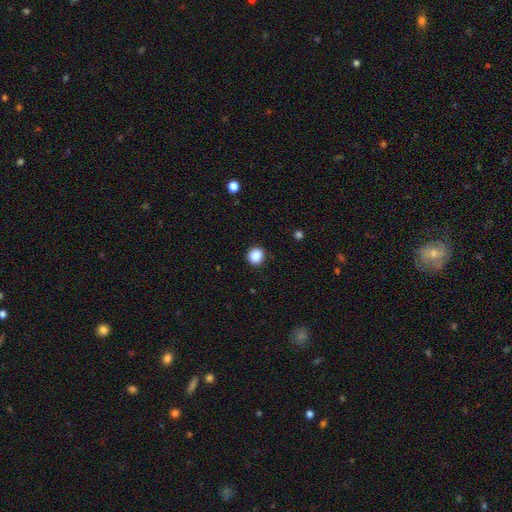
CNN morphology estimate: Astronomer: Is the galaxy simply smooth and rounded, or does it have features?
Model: smooth — 88%.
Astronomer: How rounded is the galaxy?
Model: round — 86%.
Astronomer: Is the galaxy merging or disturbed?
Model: none — 87%.